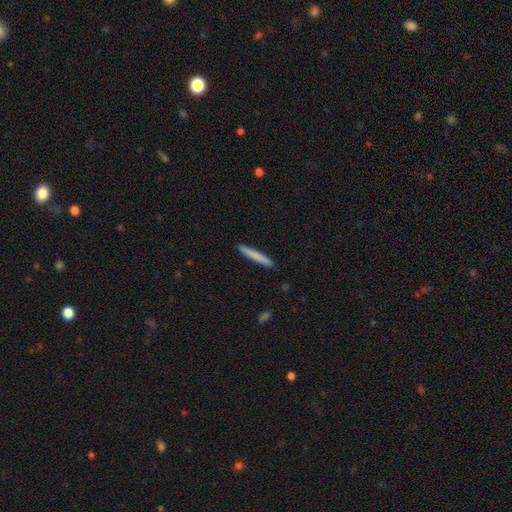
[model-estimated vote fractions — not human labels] smooth-or-featured: smooth: 76% | featured or disk: 18% | star or artifact: 5%
  how-rounded: cigar-shaped: 96% | in between: 3% | round: 1%
  merging: none: 91% | minor disturbance: 6% | major disturbance: 1% | merger: 1%